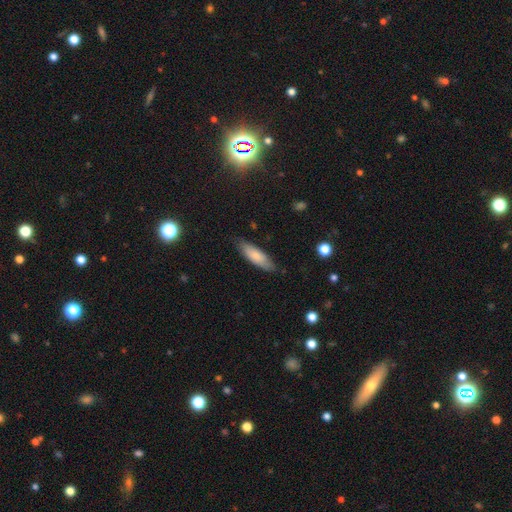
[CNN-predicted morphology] Smooth or featured: smooth — 77% (featured or disk — 17%)
How rounded: in between — 51% (cigar-shaped — 48%)
Merging: none — 81% (minor disturbance — 15%)